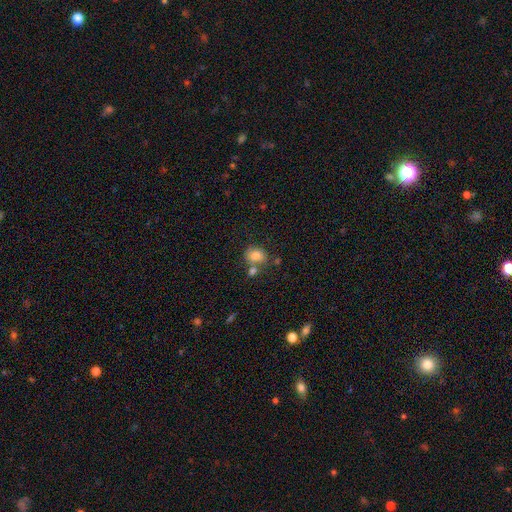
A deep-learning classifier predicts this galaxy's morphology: Smooth or featured: smooth — 80% (featured or disk — 10%)
How rounded: round — 53% (in between — 46%)
Merging: none — 54% (merger — 27%)